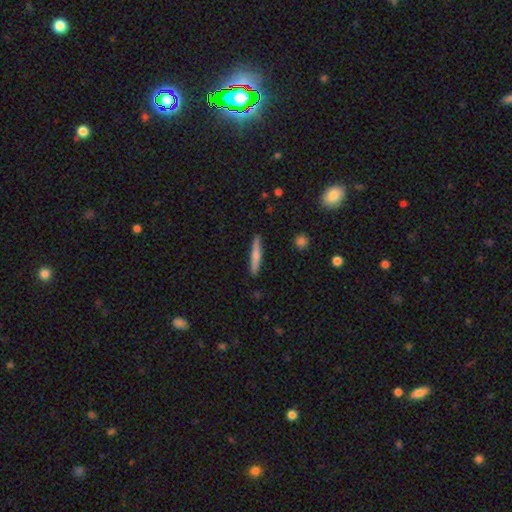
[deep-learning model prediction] A smooth galaxy with no disk features (68%) that is cigar-shaped (93%). Merging: none (89%).